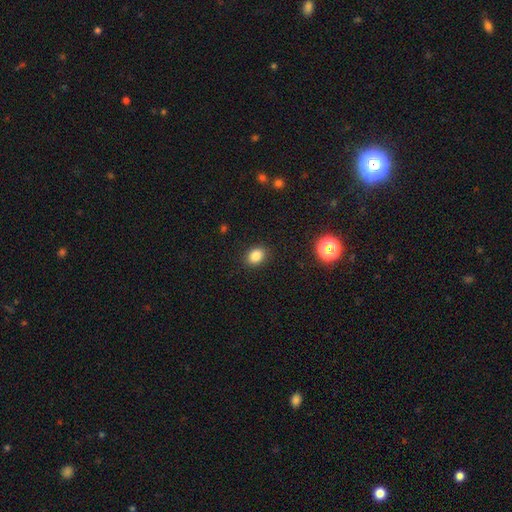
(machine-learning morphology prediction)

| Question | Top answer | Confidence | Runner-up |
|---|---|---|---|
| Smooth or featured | smooth | 84% | star or artifact (11%) |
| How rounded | in between | 59% | round (40%) |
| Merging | none | 89% | minor disturbance (8%) |